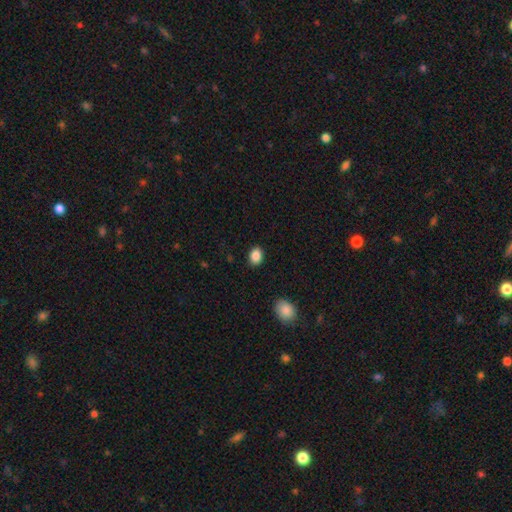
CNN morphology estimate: Overall: smooth (88%). How rounded: in between (67%; round 32%). Merging: none (89%).